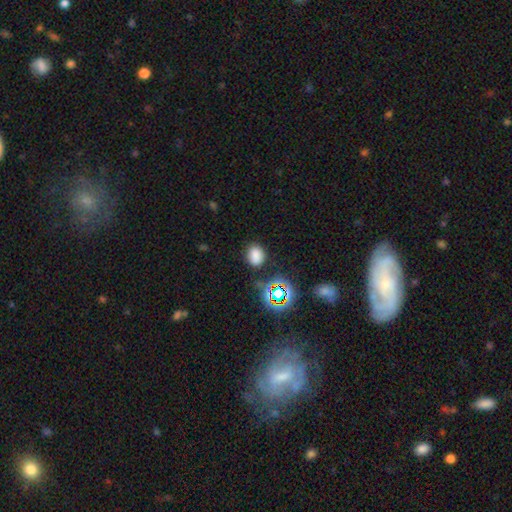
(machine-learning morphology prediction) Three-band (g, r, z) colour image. It shows a smooth galaxy with no disk features (74%) that is in between round and cigar-shaped (52%). Merging: none (79%).